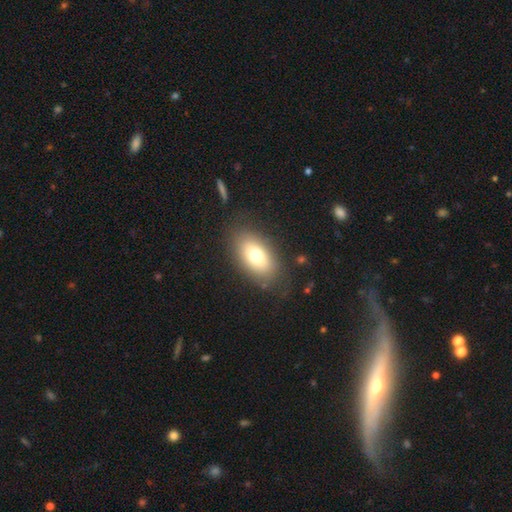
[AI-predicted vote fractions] The model was most divided on "smooth or featured": smooth: 74%, featured or disk: 18%, star or artifact: 9%. More confident: how rounded — in between (90%); merging — none (80%).